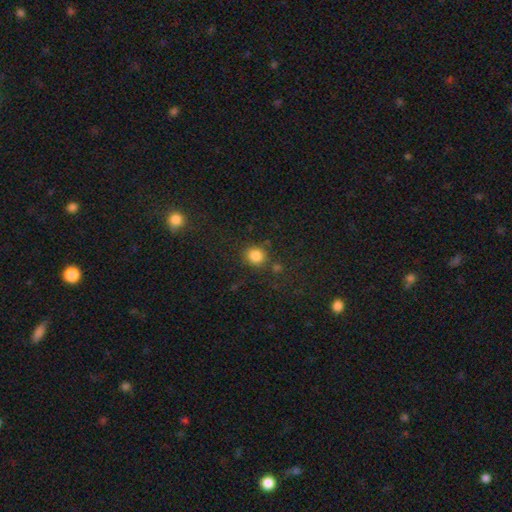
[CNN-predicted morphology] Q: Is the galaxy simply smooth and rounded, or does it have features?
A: smooth — 84%.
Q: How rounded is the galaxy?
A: round — 86%.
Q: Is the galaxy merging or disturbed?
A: none — 79%.